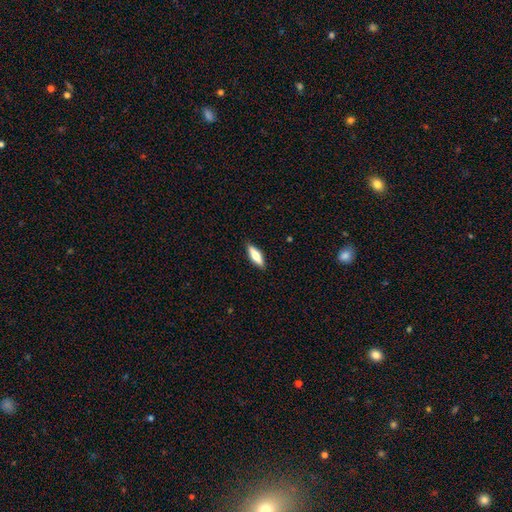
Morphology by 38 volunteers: A smooth galaxy with no disk features (68%) that is cigar-shaped (62%).

Vote fractions:
- Smooth or featured? smooth: 68% / featured or disk: 24% / star or artifact: 8%
- How rounded? cigar-shaped: 62% / in between: 38% / round: 0%
- Merging? none: 89% / minor disturbance: 11% / major disturbance: 0% / merger: 0%